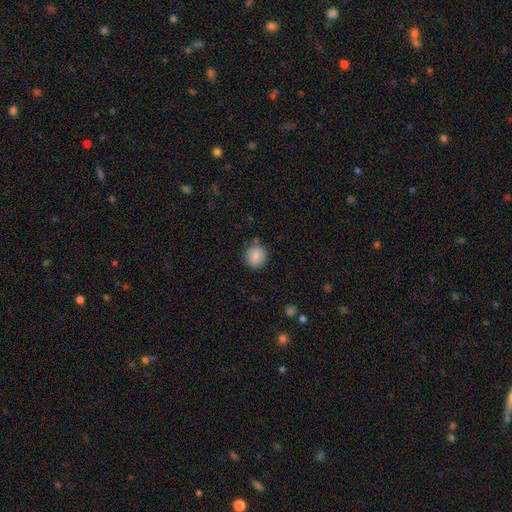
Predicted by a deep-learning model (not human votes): Smooth or featured: smooth — 83% (featured or disk — 9%)
How rounded: round — 91% (in between — 8%)
Merging: none — 84% (minor disturbance — 12%)